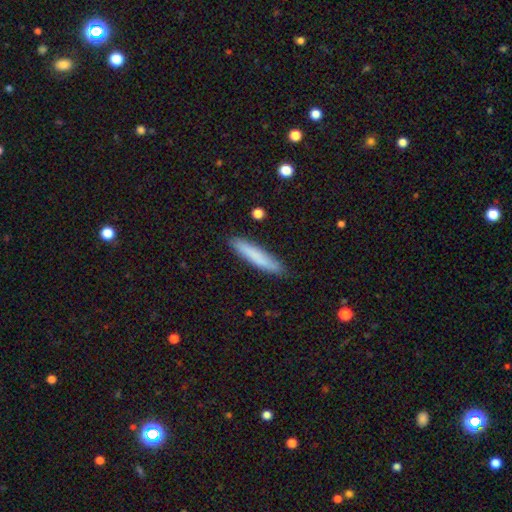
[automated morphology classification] type=smooth (79%); roundness=cigar-shaped (91%); merging=none (86%).